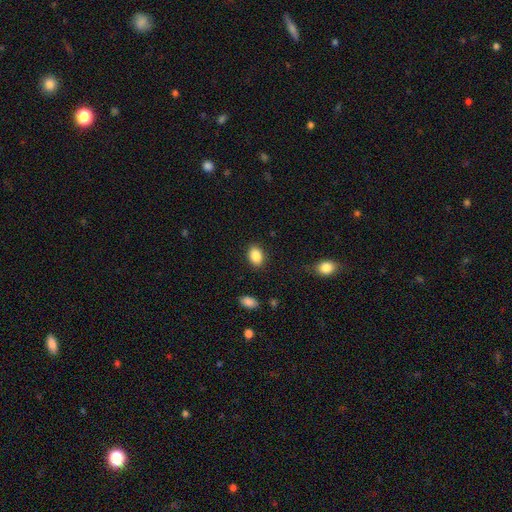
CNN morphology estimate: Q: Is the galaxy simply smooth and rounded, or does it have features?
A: smooth — 87%.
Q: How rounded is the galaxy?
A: in between — 78%.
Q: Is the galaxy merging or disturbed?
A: none — 87%.